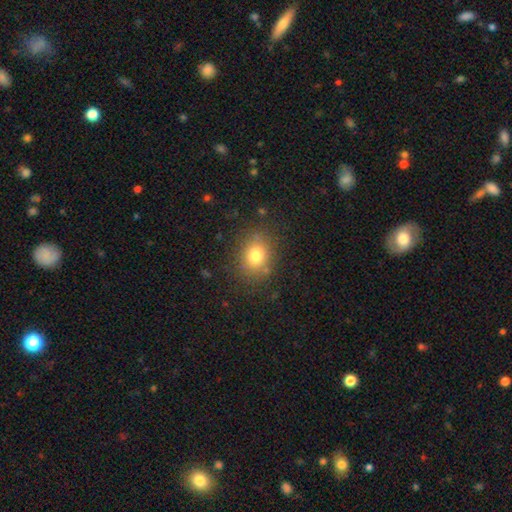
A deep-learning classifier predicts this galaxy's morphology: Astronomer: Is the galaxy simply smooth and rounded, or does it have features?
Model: smooth — 78%.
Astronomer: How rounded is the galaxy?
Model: round — 63%.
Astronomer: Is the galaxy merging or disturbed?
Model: none — 82%.